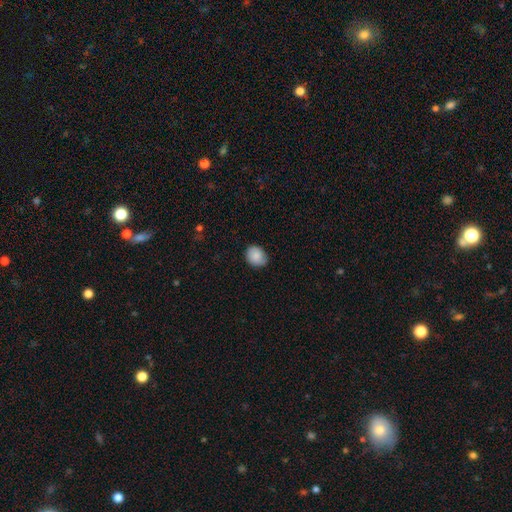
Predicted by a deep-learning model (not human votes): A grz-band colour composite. It shows a smooth galaxy with no disk features (86%) that is round (54%). Merging: none (75%).